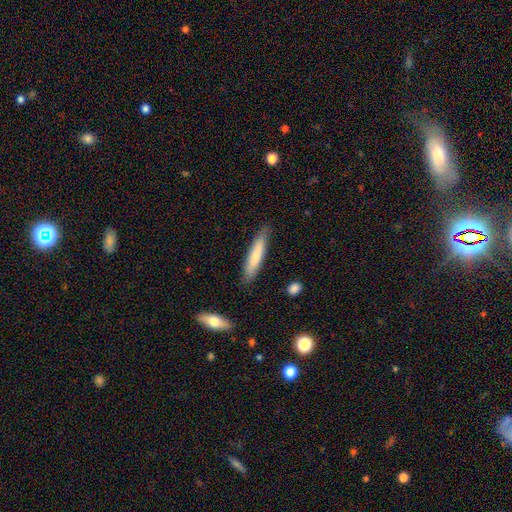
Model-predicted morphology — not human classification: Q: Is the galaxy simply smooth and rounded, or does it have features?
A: smooth — 71%.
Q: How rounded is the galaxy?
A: cigar-shaped — 85%.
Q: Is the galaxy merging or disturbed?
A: none — 83%.